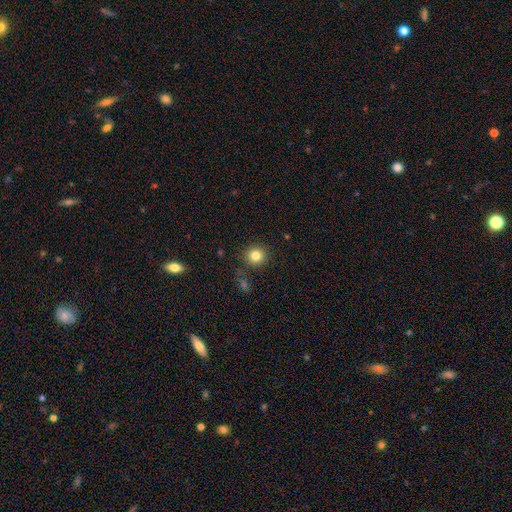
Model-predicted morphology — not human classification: A smooth galaxy with no disk features (82%) that is round (91%).

Vote fractions:
- Smooth or featured? smooth: 82% / star or artifact: 12% / featured or disk: 6%
- How rounded? round: 91% / in between: 8% / cigar-shaped: 1%
- Merging? none: 87% / minor disturbance: 8% / major disturbance: 3% / merger: 3%